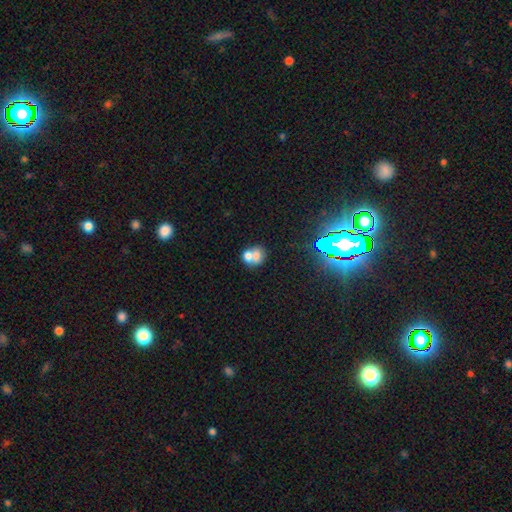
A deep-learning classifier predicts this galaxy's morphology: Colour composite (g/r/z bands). It shows a smooth galaxy with no disk features (65%) that is round (66%). Merging: merger (59%).